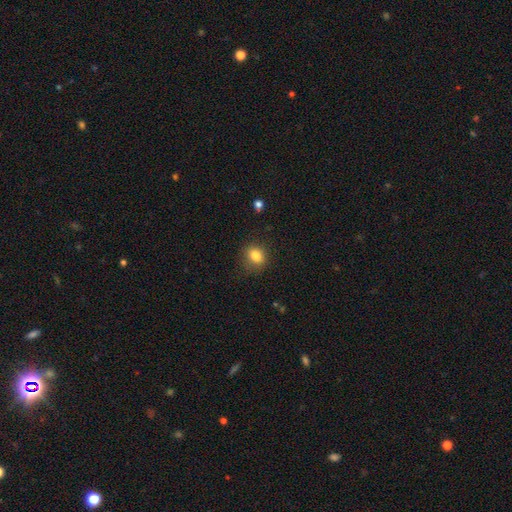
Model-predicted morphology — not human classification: Q: Smooth or featured?
A: smooth (82%); runner-up: star or artifact (11%)
Q: How rounded?
A: round (60%); runner-up: in between (39%)
Q: Merging?
A: none (81%); runner-up: minor disturbance (14%)